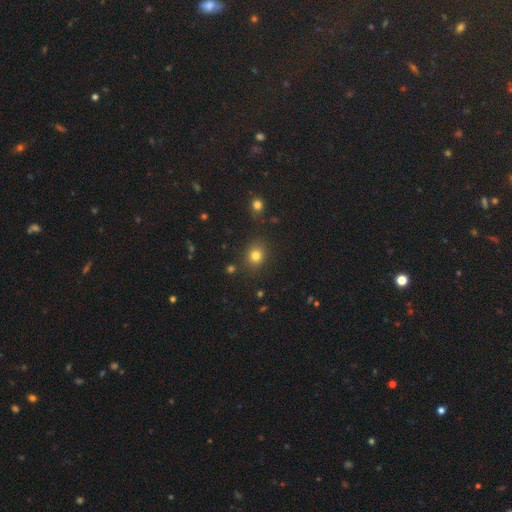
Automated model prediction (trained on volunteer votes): A smooth galaxy with no disk features (79%) that is round (70%). Merging: none (83%).